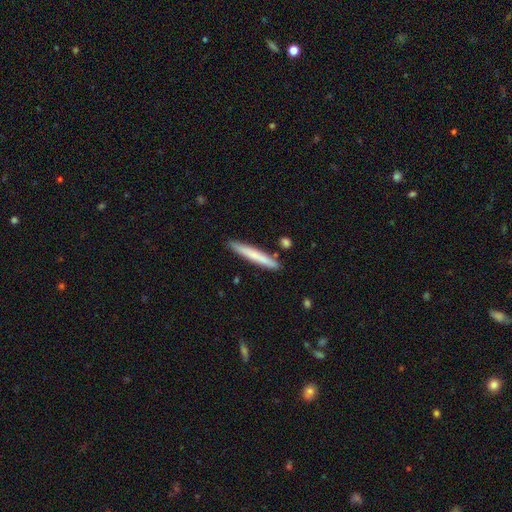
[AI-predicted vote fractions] This is likely a smooth galaxy (69%). How rounded: clearly cigar-shaped (96%). Merging: clearly none (86%).